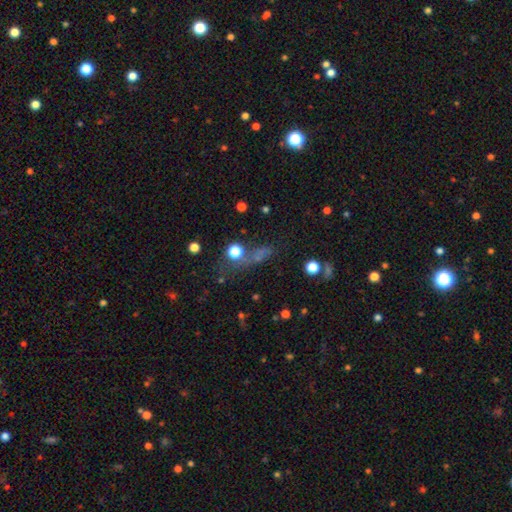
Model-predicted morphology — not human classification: Overall: smooth (45%; star or artifact 39%). Merging: none (53%; major disturbance 16%).